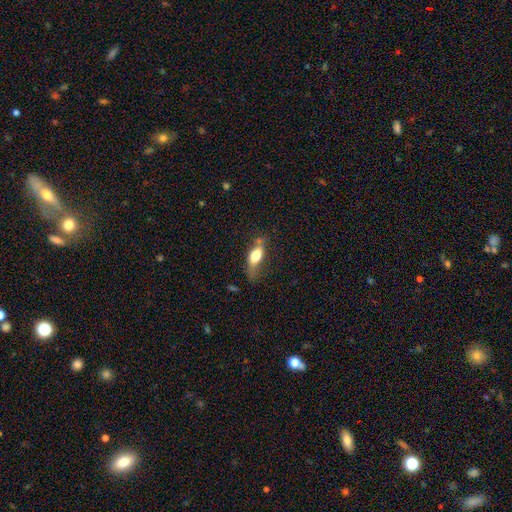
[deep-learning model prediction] smooth 68%, featured or disk 25%, star or artifact 7%. Down the decision tree: how rounded — in between (77%); merging — none (40%).